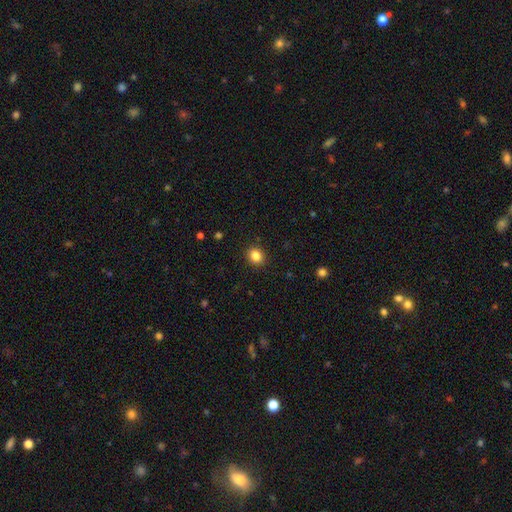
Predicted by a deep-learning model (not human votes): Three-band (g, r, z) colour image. It shows a smooth galaxy with no disk features (84%) that is round (71%). Merging: none (91%).